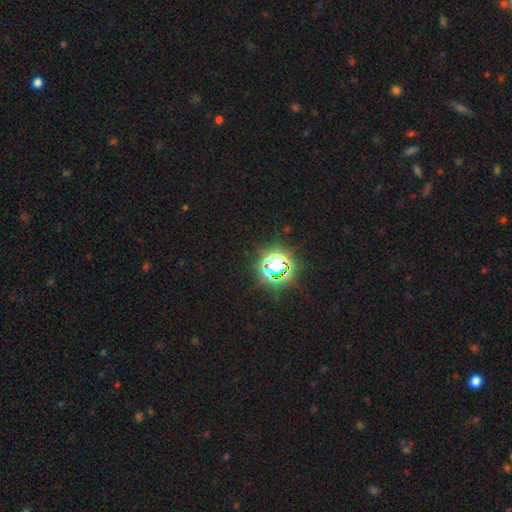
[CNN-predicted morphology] This is likely a star or artifact rather than a galaxy (79%).